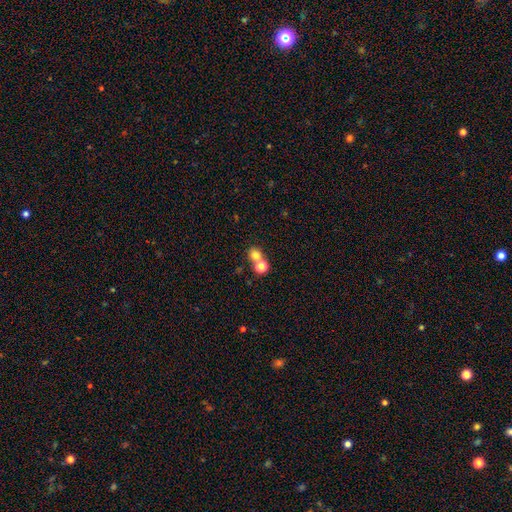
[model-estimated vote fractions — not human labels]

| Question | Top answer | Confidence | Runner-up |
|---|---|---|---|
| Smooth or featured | smooth | 76% | star or artifact (15%) |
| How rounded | round | 83% | in between (16%) |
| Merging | none | 49% | merger (43%) |